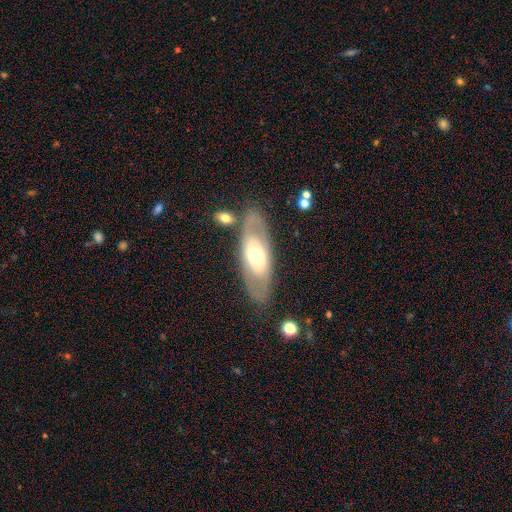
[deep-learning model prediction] This appears to be a featured or disk galaxy (64%) with no bar (76%), no spiral arms (65%) and a moderate central bulge (53%). Merging: none (76%).